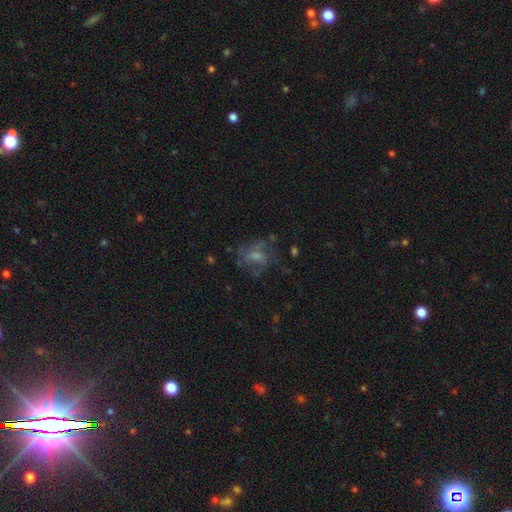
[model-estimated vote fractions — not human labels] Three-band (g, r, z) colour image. It shows a featured or disk galaxy (54%) with no bar (53%), spiral arms (62%) and a moderate central bulge (37%). Merging: none (50%).